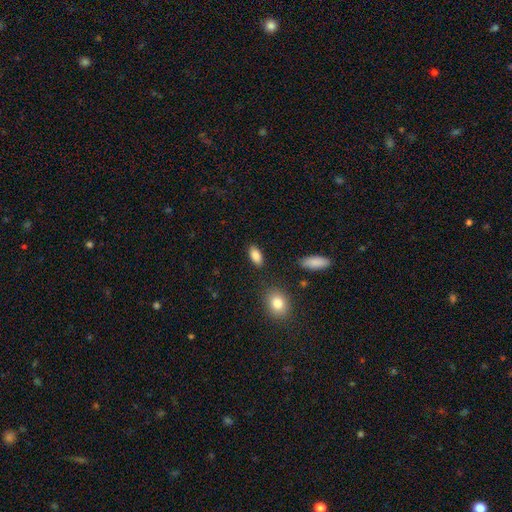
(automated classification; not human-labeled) smooth-or-featured: smooth: 86% | star or artifact: 8% | featured or disk: 6%
  how-rounded: in between: 90% | cigar-shaped: 6% | round: 4%
  merging: none: 85% | minor disturbance: 10% | major disturbance: 3% | merger: 2%